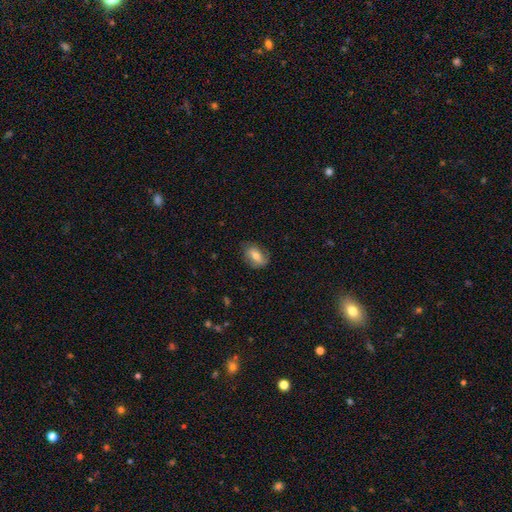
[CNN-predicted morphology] Smooth or featured: smooth — 61% (featured or disk — 31%)
How rounded: in between — 79% (round — 18%)
Merging: none — 73% (minor disturbance — 20%)